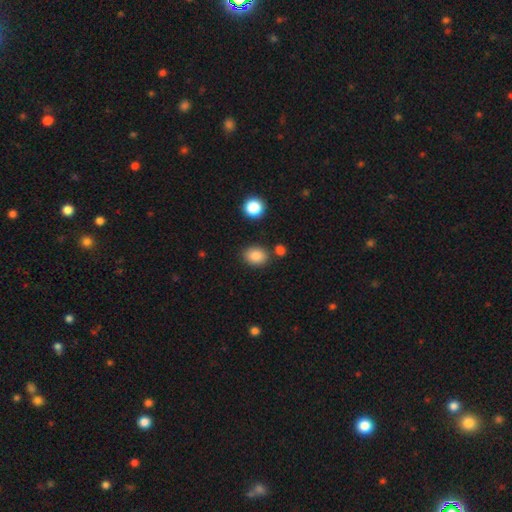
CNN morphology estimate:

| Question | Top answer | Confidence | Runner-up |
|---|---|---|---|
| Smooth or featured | smooth | 86% | star or artifact (9%) |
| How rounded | in between | 60% | round (39%) |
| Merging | none | 80% | minor disturbance (11%) |